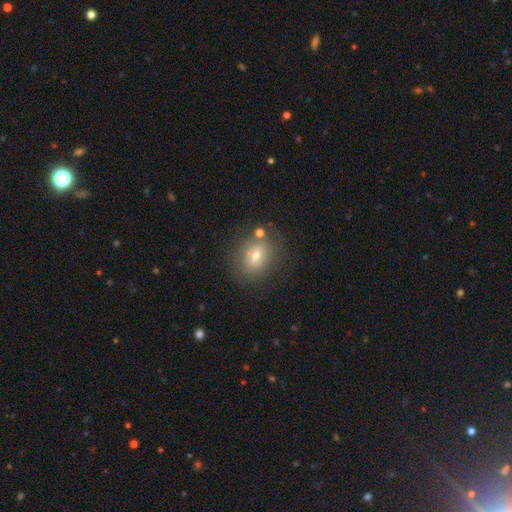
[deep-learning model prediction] Morphology: type=smooth (60%); roundness=round (54%); merging=none (73%).